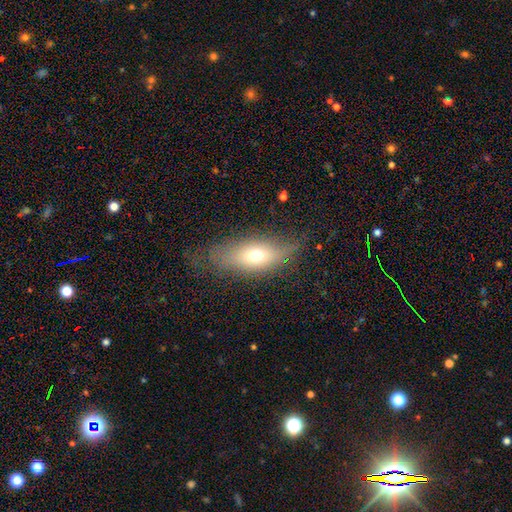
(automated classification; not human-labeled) This is likely a smooth galaxy (60%). How rounded: likely in between (72%). Merging: likely none (68%).